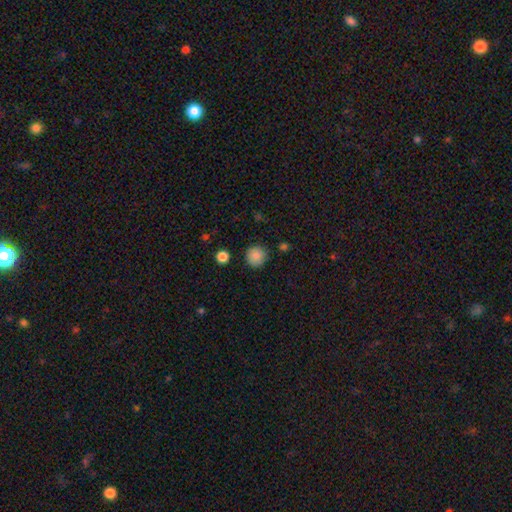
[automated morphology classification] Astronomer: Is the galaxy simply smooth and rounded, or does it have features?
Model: smooth — 86%.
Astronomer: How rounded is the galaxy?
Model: round — 93%.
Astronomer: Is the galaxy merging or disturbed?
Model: none — 87%.